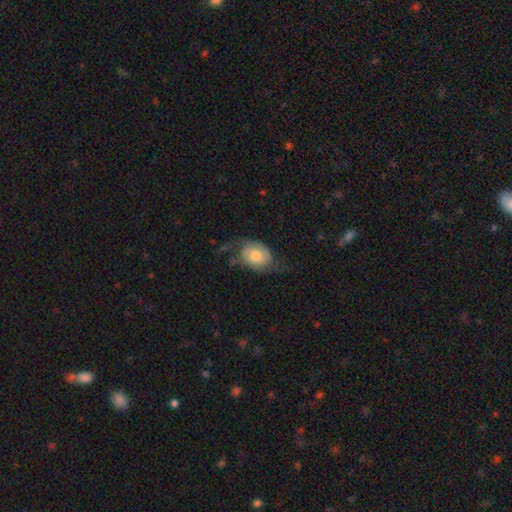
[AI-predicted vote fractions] Morphology: type=featured or disk (62%); edge-on=no (96%); bar=no (75%); spiral arms=yes (87%); winding=loose (52%); arm count=2 (81%); bulge=moderate (59%); merging=none (47%).